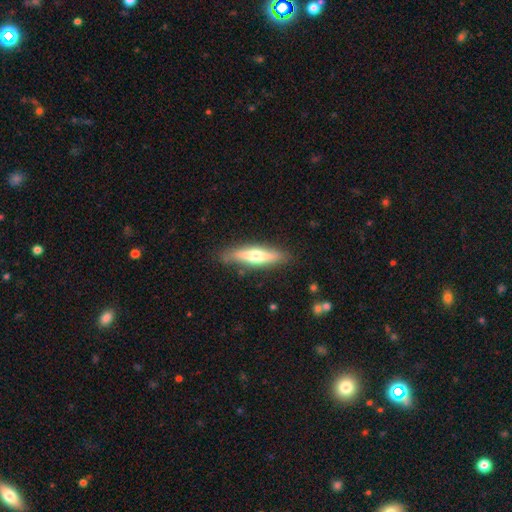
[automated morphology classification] smooth_or_featured: featured or disk (p=0.47) [tied with: smooth p=0.47]
merging: none (p=0.84) [alt: minor disturbance p=0.12]